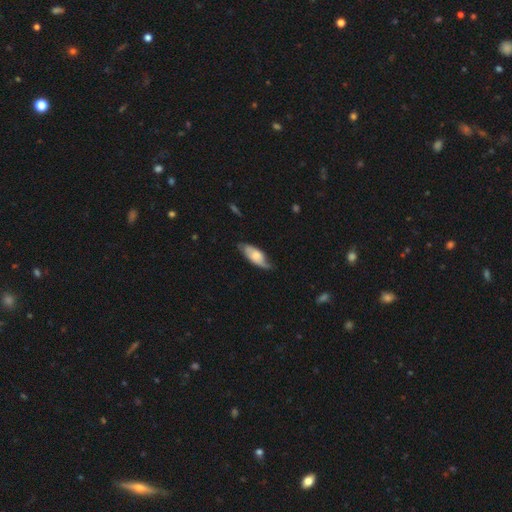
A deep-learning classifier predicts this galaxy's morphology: Q: Smooth or featured?
A: smooth (50%); runner-up: featured or disk (44%)
Q: Merging?
A: none (60%); runner-up: minor disturbance (30%)